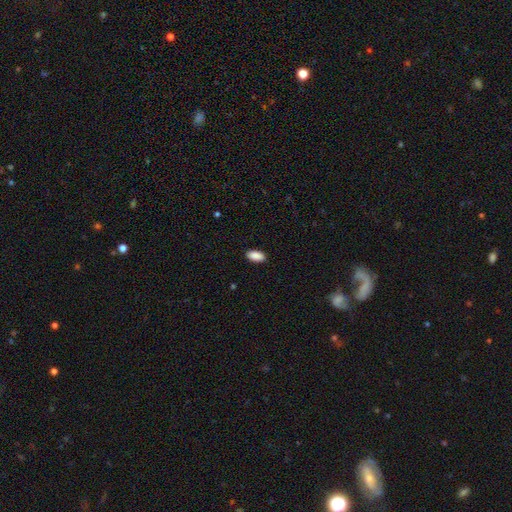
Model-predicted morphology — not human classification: Smooth or featured? Predicted: smooth (p=0.90). How rounded? Predicted: in between (p=0.93). Merging? Predicted: none (p=0.89).